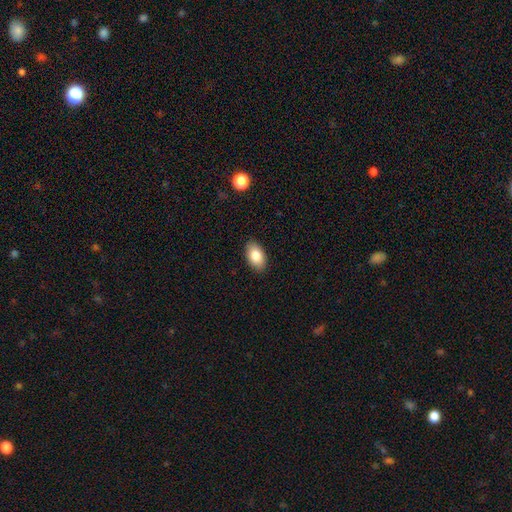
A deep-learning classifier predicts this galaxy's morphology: smooth 84%, featured or disk 9%, star or artifact 7%. Down the decision tree: how rounded — in between (94%); merging — none (89%).